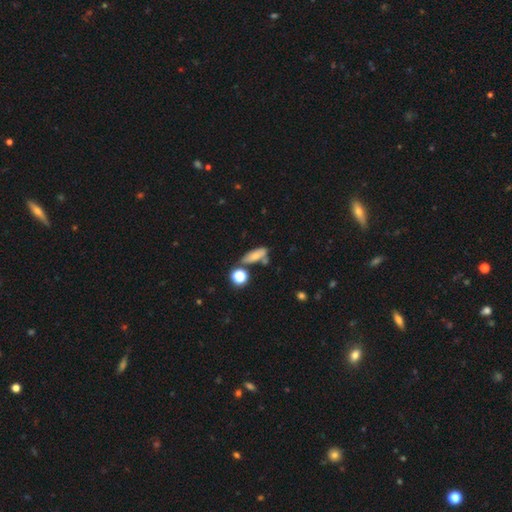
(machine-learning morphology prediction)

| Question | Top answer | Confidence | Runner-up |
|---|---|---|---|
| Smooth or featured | smooth | 71% | featured or disk (16%) |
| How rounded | in between | 59% | cigar-shaped (34%) |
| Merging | none | 53% | minor disturbance (20%) |